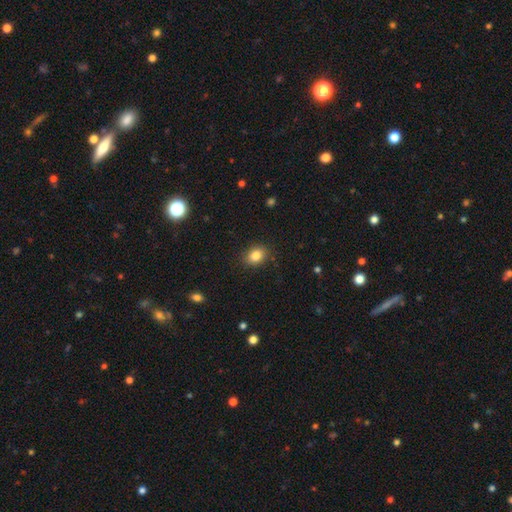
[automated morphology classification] Smooth or featured: smooth — 84% (star or artifact — 10%)
How rounded: in between — 65% (round — 34%)
Merging: none — 86% (minor disturbance — 11%)